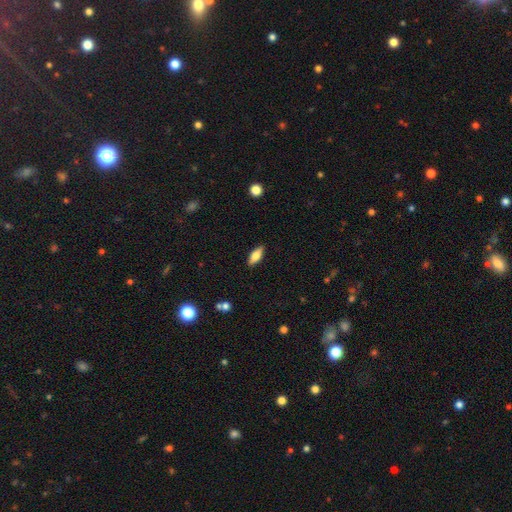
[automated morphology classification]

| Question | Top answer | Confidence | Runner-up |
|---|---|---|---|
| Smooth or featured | smooth | 70% | featured or disk (23%) |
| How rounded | in between | 72% | cigar-shaped (25%) |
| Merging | none | 88% | minor disturbance (8%) |